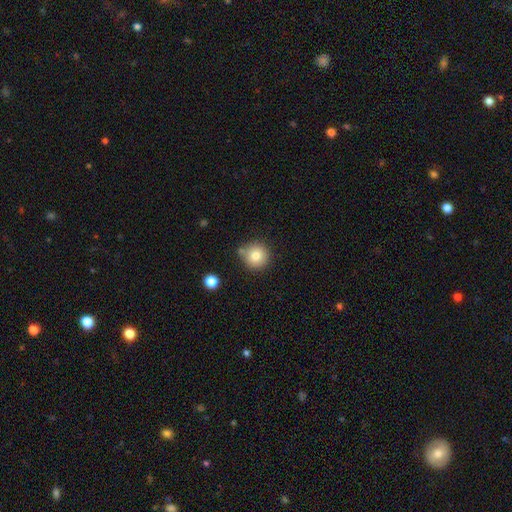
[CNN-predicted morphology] Overall: smooth (80%). How rounded: round (94%). Merging: none (73%).